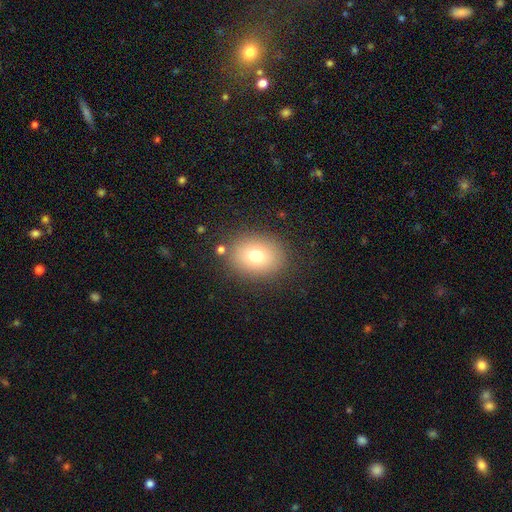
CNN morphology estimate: Overall: smooth (76%). How rounded: in between (52%; round 47%). Merging: none (85%).